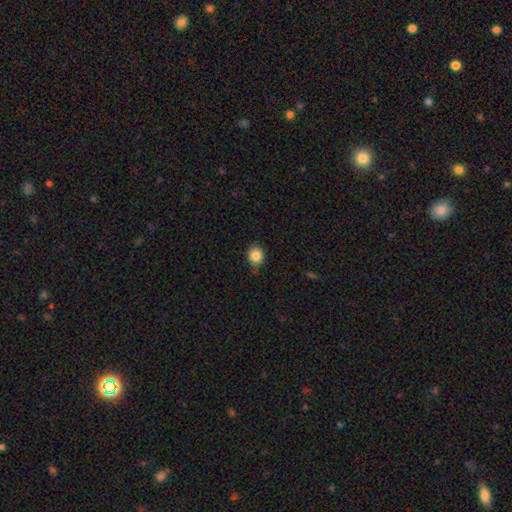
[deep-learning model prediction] smooth-or-featured: smooth: 85% | star or artifact: 10% | featured or disk: 5%
  how-rounded: round: 76% | in between: 23% | cigar-shaped: 1%
  merging: none: 69% | minor disturbance: 25% | major disturbance: 4% | merger: 2%